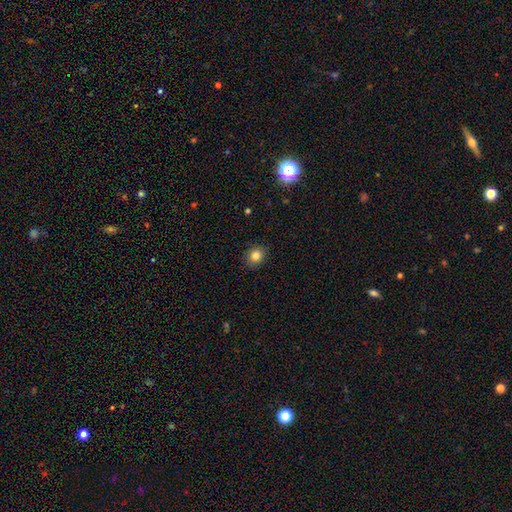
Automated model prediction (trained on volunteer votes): Morphology: type=smooth (83%); roundness=round (71%); merging=none (90%).